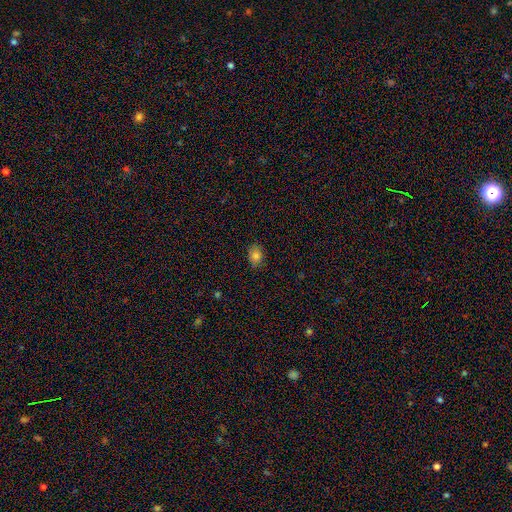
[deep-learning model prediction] Smooth or featured? smooth (81%)
How rounded? in between (69%)
Merging? none (81%)